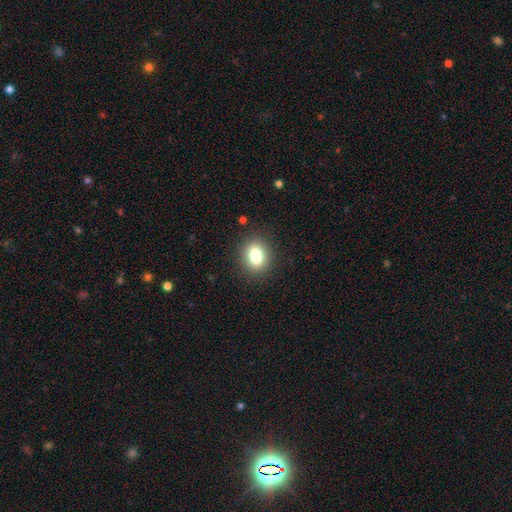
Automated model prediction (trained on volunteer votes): Smooth or featured: smooth — 81% (star or artifact — 11%)
How rounded: in between — 58% (round — 40%)
Merging: none — 88% (minor disturbance — 9%)